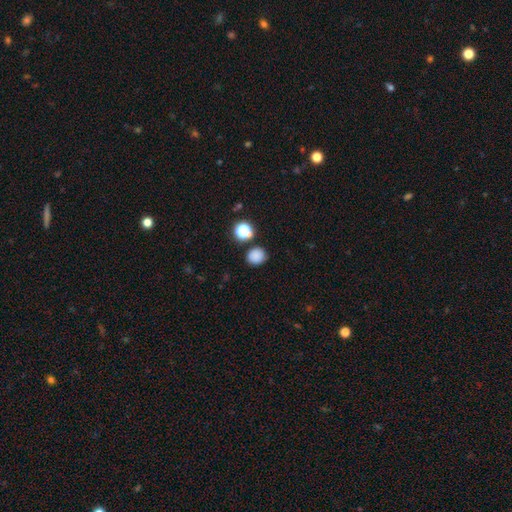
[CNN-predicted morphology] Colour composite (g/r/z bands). It shows a smooth galaxy with no disk features (82%) that is round (73%). Merging: none (80%).